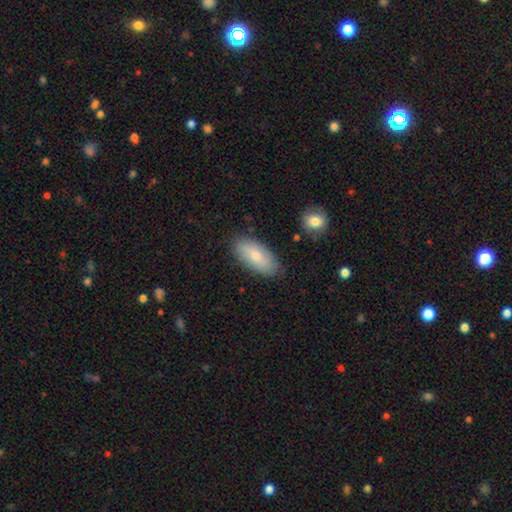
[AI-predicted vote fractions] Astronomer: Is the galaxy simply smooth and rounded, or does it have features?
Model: smooth — 75%.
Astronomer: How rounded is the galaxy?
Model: in between — 88%.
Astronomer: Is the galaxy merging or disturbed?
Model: none — 83%.